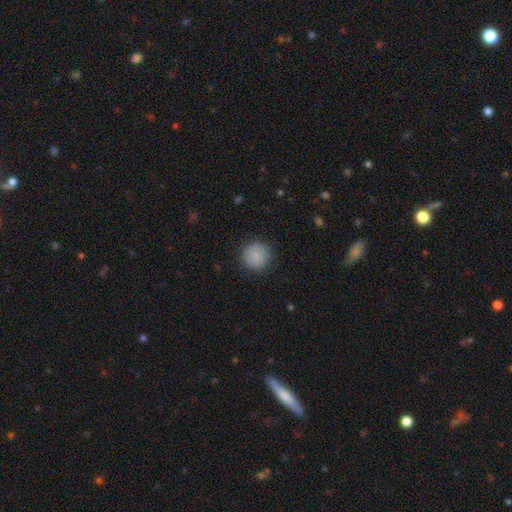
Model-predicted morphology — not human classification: Smooth or featured?
  - smooth: 86% *
  - star or artifact: 8%
  - featured or disk: 6%
How rounded?
  - round: 95% *
  - in between: 4%
  - cigar-shaped: 1%
Merging?
  - none: 89% *
  - minor disturbance: 7%
  - major disturbance: 2%
  - merger: 1%